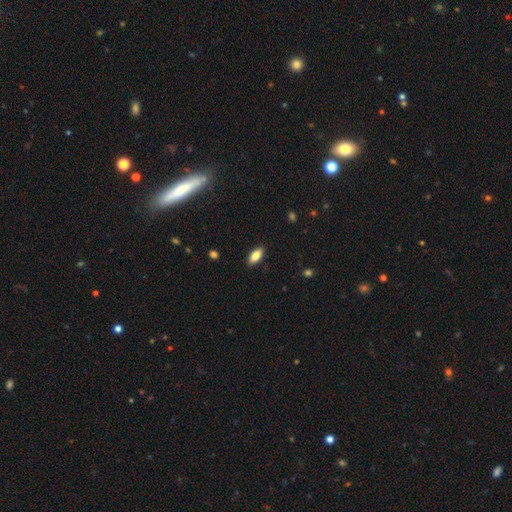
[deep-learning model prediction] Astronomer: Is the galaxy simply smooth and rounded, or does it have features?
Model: smooth — 80%.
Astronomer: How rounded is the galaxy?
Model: in between — 83%.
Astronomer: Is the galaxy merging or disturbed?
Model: none — 89%.